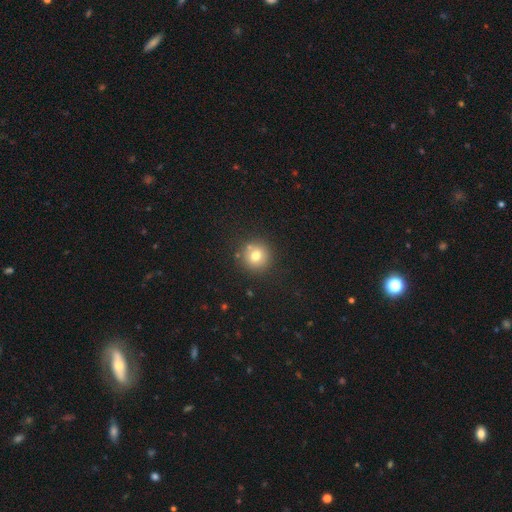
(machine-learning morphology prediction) Overall: smooth (74%). How rounded: round (94%). Merging: none (83%).